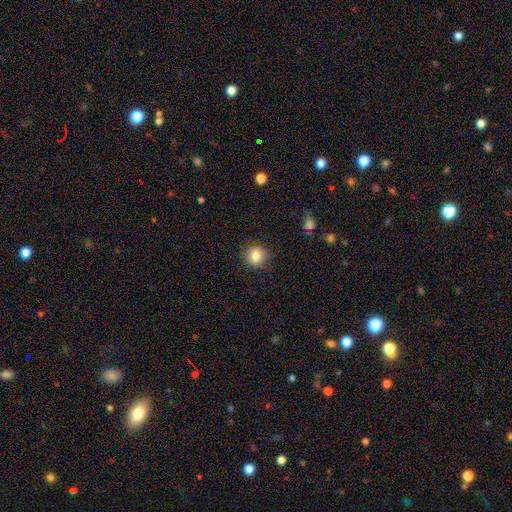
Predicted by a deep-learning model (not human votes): A smooth galaxy with no disk features (82%) that is round (82%).

Vote fractions:
- Smooth or featured? smooth: 82% / star or artifact: 10% / featured or disk: 8%
- How rounded? round: 82% / in between: 17% / cigar-shaped: 1%
- Merging? none: 88% / minor disturbance: 9% / major disturbance: 2% / merger: 1%